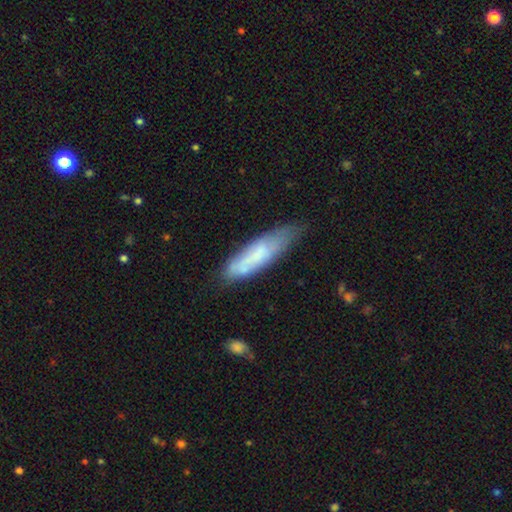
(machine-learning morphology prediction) Q: Smooth or featured?
A: smooth (59%); runner-up: featured or disk (34%)
Q: How rounded?
A: cigar-shaped (64%); runner-up: in between (35%)
Q: Merging?
A: none (57%); runner-up: minor disturbance (30%)